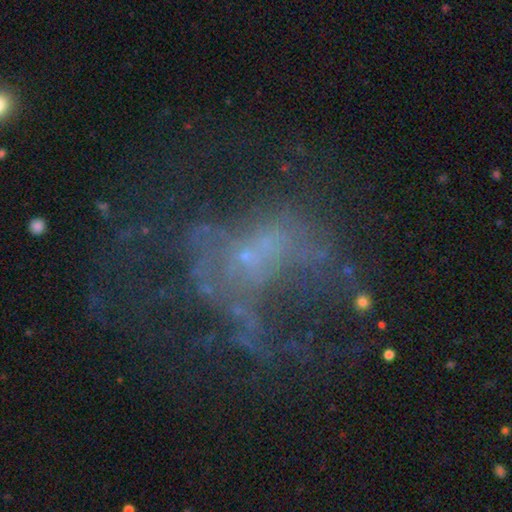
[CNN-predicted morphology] Overall: featured or disk (57%; star or artifact 26%). Edge-on disk: no (97%). Bar: no (84%). Spiral arms: no (76%). Bulge size: none (47%; small 42%). Merging: major disturbance (41%; none 38%).